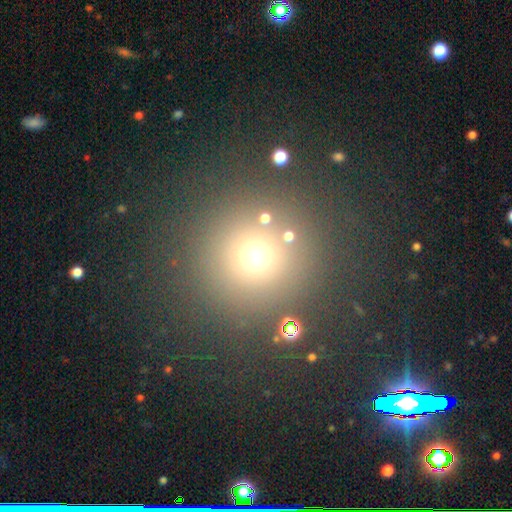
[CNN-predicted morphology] A smooth galaxy with no disk features (62%) that is round (95%).

Vote fractions:
- Smooth or featured? smooth: 62% / star or artifact: 29% / featured or disk: 8%
- How rounded? round: 95% / in between: 4% / cigar-shaped: 1%
- Merging? none: 83% / minor disturbance: 7% / merger: 5% / major disturbance: 4%